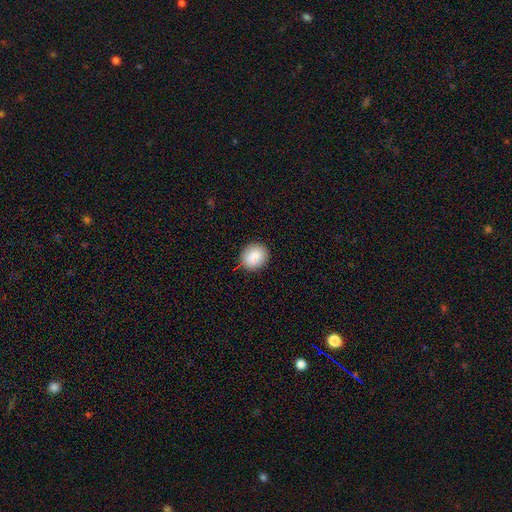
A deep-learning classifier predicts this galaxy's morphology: This is clearly a smooth galaxy (87%). How rounded: likely round (72%). Merging: clearly none (86%).